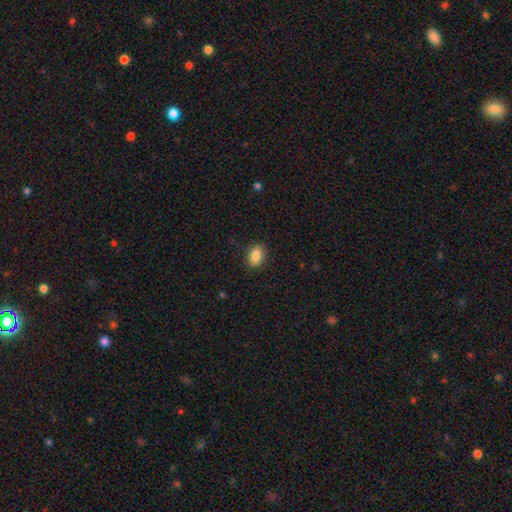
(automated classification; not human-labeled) Morphology: type=smooth (86%); roundness=in between (82%); merging=none (86%).